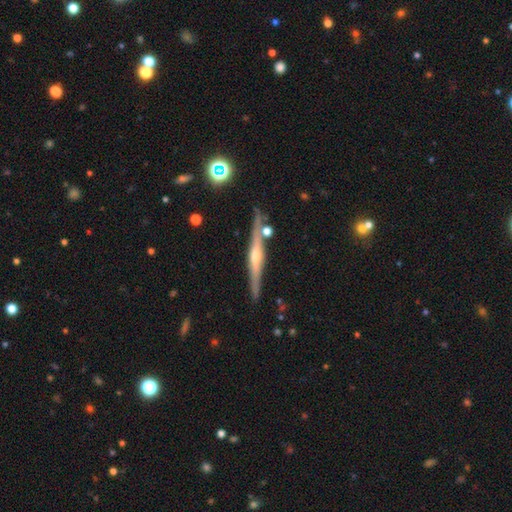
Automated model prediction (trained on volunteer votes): Q: Smooth or featured?
A: featured or disk (78%); runner-up: smooth (16%)
Q: Edge-on disk?
A: yes (97%); runner-up: no (3%)
Q: Edge-on bulge?
A: rounded (77%); runner-up: none (12%)
Q: Merging?
A: none (84%); runner-up: minor disturbance (9%)